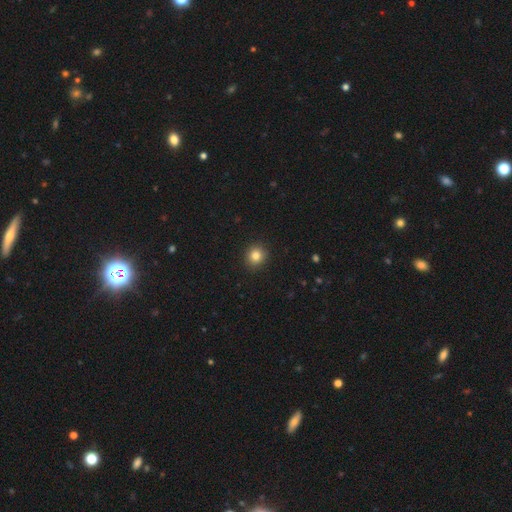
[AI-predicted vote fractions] This appears to be a smooth galaxy with no disk features (83%) that is round (86%). Merging: none (92%).